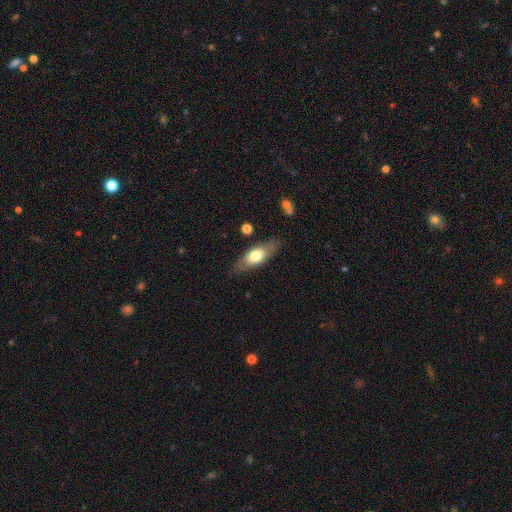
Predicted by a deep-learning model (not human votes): Morphology: type=smooth (59%); roundness=in between (68%); merging=none (79%).